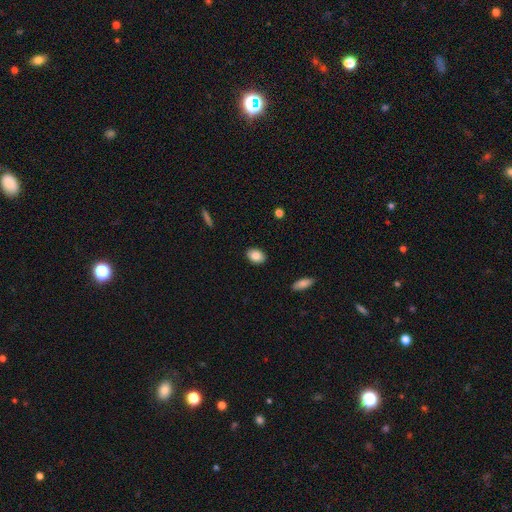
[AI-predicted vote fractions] smooth_or_featured: smooth (p=0.85) [alt: star or artifact p=0.08]
how_rounded: in between (p=0.76) [alt: round p=0.23]
merging: none (p=0.89) [alt: minor disturbance p=0.08]